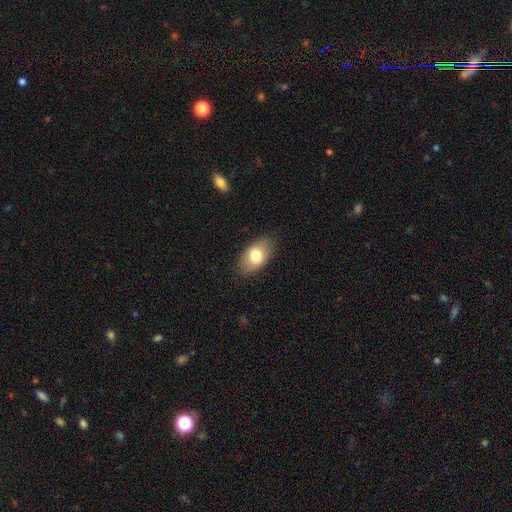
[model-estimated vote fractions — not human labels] This appears to be a smooth galaxy with no disk features (76%) that is in between round and cigar-shaped (92%). Merging: none (85%).